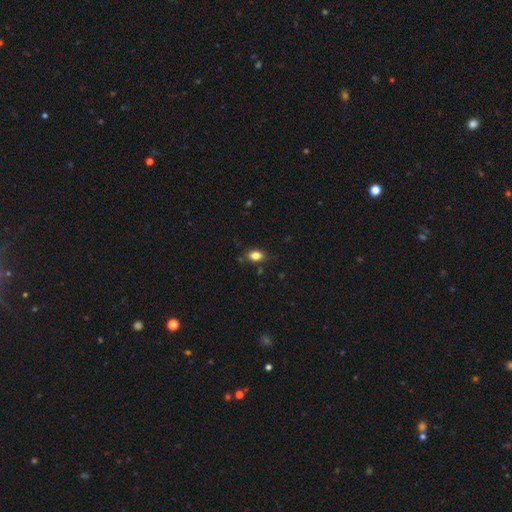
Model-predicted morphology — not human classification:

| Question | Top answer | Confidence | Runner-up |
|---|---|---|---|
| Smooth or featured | smooth | 81% | star or artifact (10%) |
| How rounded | in between | 78% | round (19%) |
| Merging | none | 76% | minor disturbance (18%) |